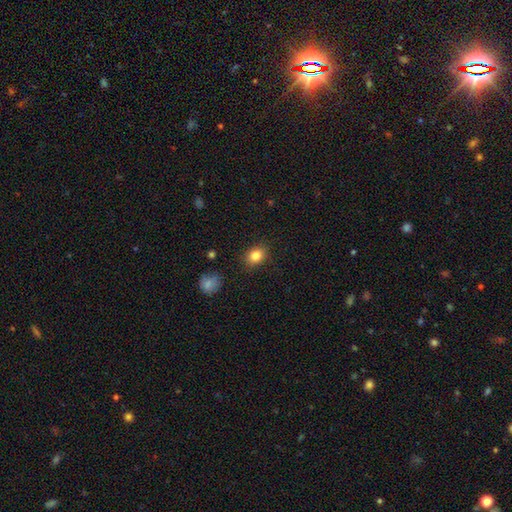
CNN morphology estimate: Overall: smooth (84%). How rounded: in between (59%; round 40%). Merging: none (86%).